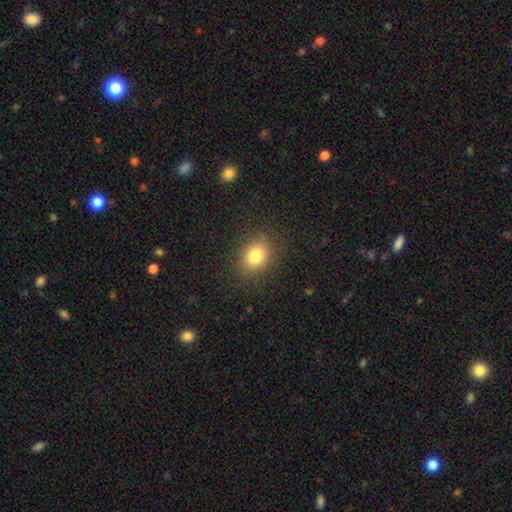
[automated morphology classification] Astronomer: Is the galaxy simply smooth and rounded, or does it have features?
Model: smooth — 78%.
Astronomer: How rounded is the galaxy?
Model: round — 54% (runner-up: in between, 45%).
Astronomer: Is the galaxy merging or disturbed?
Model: none — 82%.